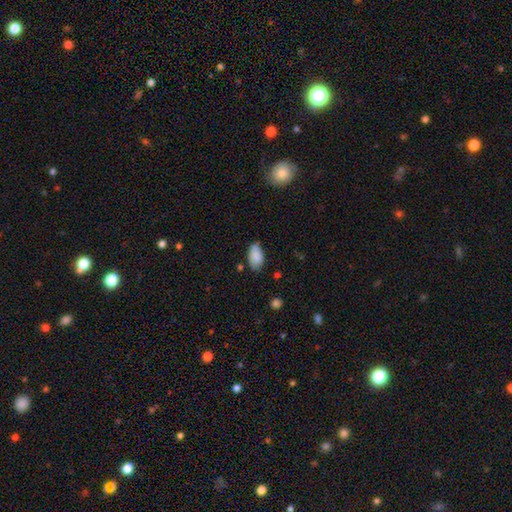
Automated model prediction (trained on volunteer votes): Smooth or featured? smooth (86%)
How rounded? in between (94%)
Merging? none (66%)